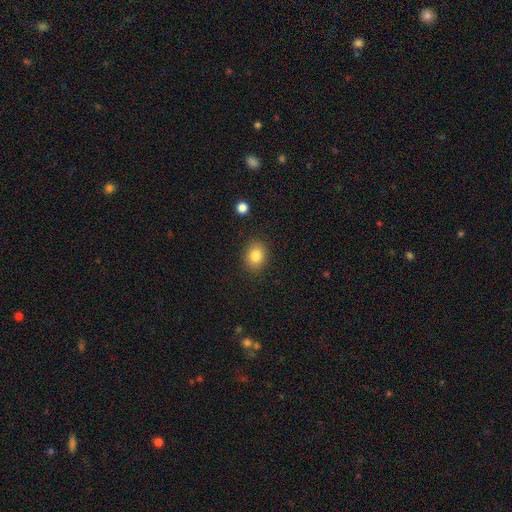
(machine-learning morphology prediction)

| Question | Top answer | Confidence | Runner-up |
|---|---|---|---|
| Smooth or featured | smooth | 84% | star or artifact (10%) |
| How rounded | in between | 53% | round (46%) |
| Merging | none | 87% | minor disturbance (9%) |